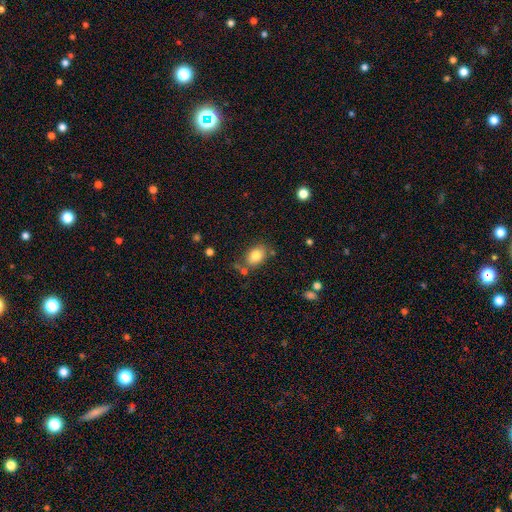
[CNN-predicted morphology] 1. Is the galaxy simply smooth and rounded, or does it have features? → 81% smooth, 10% featured or disk, 9% star or artifact.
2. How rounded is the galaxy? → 76% in between, 23% round, 1% cigar-shaped.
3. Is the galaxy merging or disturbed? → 72% none, 15% minor disturbance, 9% merger, 4% major disturbance.